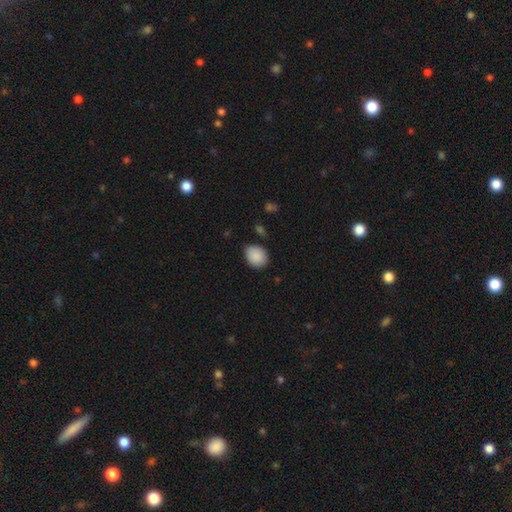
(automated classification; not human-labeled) Q: Smooth or featured?
A: smooth (89%); runner-up: star or artifact (7%)
Q: How rounded?
A: in between (52%); runner-up: round (47%)
Q: Merging?
A: none (80%); runner-up: minor disturbance (16%)